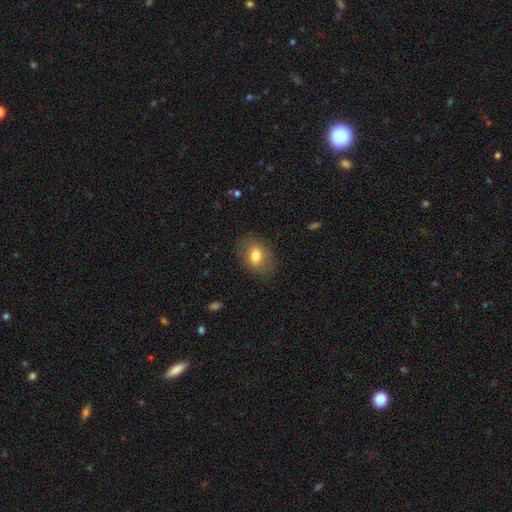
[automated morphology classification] smooth 74%, featured or disk 17%, star or artifact 9%. Down the decision tree: how rounded — in between (70%); merging — none (81%).